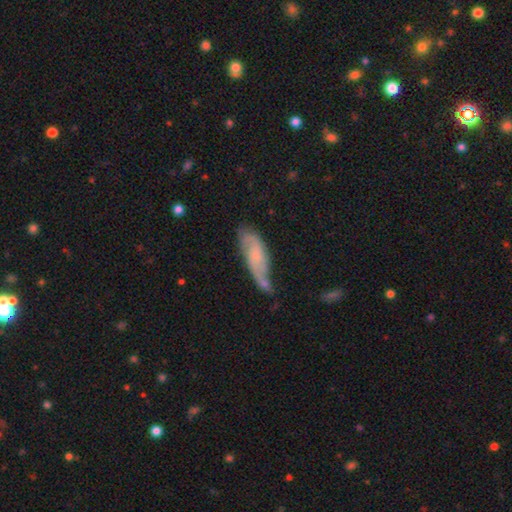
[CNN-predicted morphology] Smooth or featured? Predicted: featured or disk (p=0.54). Edge-on disk? Predicted: no (p=0.84). Merging? Predicted: none (p=0.39).